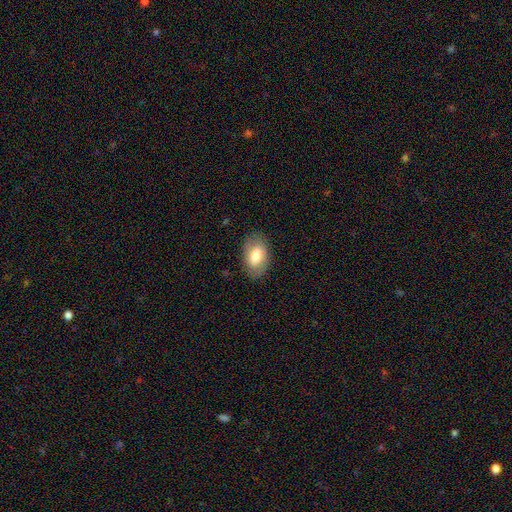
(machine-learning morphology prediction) This appears to be a smooth galaxy with no disk features (67%) that is in between round and cigar-shaped (92%). Merging: none (83%).